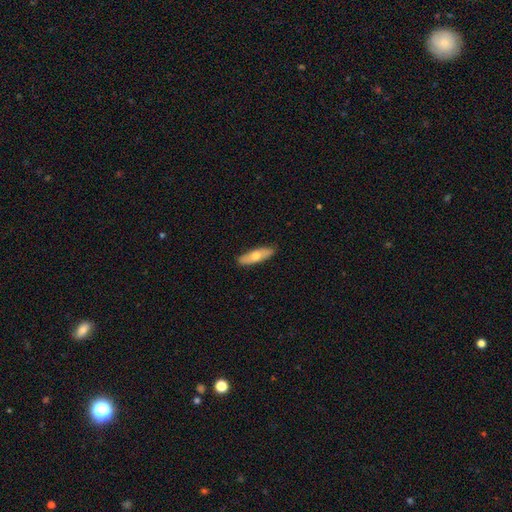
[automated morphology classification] A smooth galaxy with no disk features (60%) that is cigar-shaped (61%). Merging: none (90%).